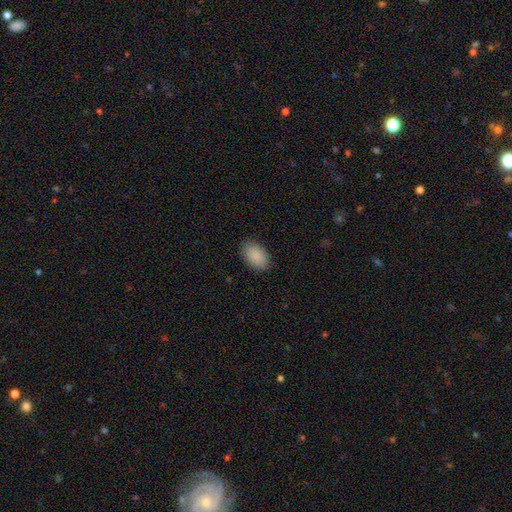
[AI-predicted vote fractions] The model was most divided on "merging": none: 87%, minor disturbance: 9%, major disturbance: 2%, merger: 1%. More confident: how rounded — in between (91%); smooth or featured — smooth (90%).